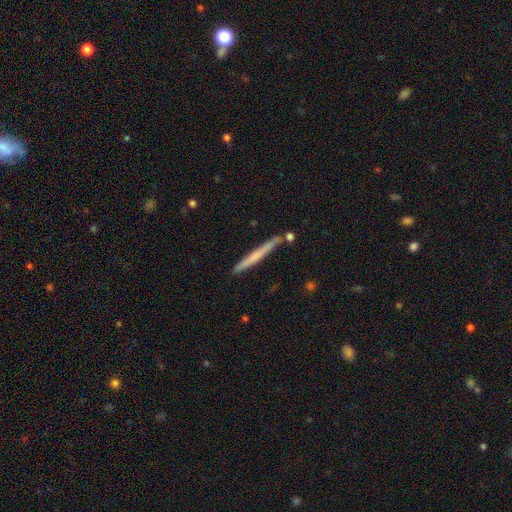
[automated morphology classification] Overall: smooth (52%; featured or disk 42%). How rounded: cigar-shaped (97%). Merging: none (85%).